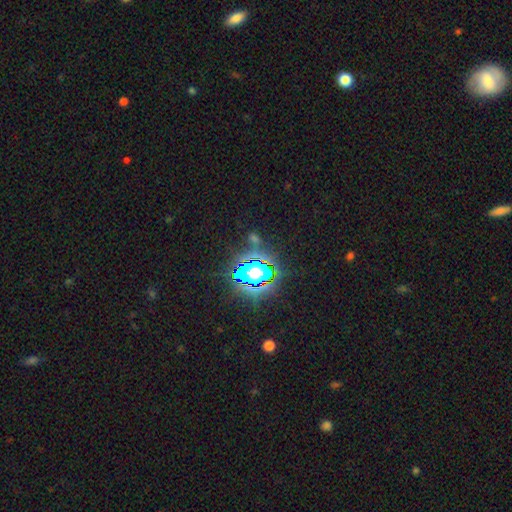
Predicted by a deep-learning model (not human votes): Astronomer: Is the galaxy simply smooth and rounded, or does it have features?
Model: star or artifact — 81%.